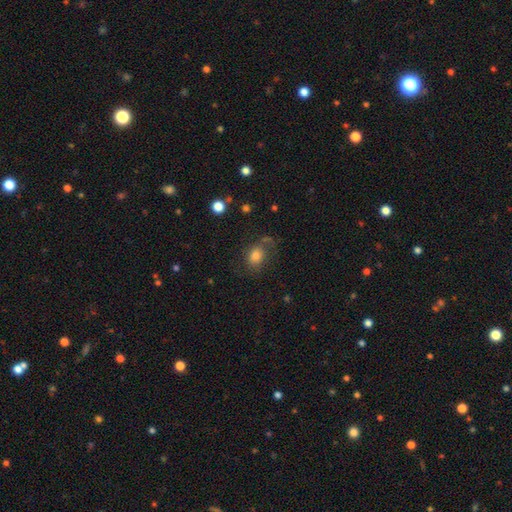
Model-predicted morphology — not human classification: Smooth or featured? smooth (74%)
How rounded? in between (50%)
Merging? none (59%)